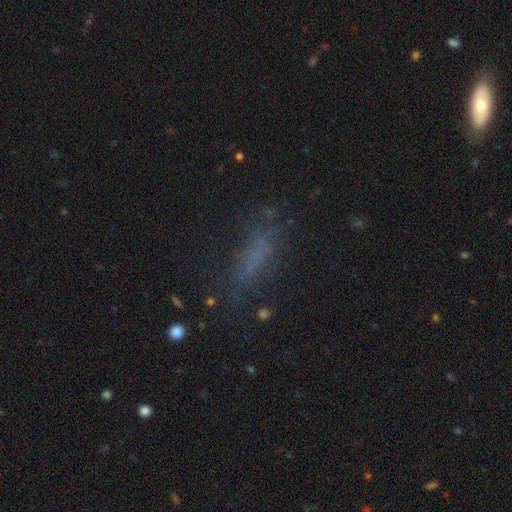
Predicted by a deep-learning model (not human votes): Smooth or featured? Predicted: smooth (p=0.58). How rounded? Predicted: cigar-shaped (p=0.59). Merging? Predicted: none (p=0.65).